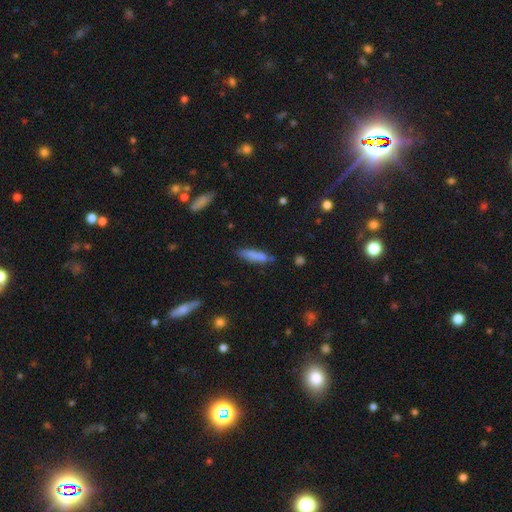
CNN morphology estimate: A smooth galaxy with no disk features (80%) that is cigar-shaped (74%).

Vote fractions:
- Smooth or featured? smooth: 80% / featured or disk: 13% / star or artifact: 7%
- How rounded? cigar-shaped: 74% / in between: 24% / round: 2%
- Merging? none: 71% / minor disturbance: 19% / merger: 5% / major disturbance: 4%